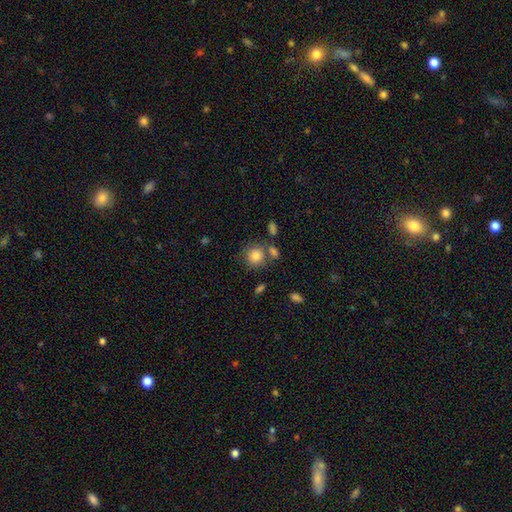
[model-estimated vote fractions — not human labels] Q: Smooth or featured?
A: smooth (83%); runner-up: star or artifact (9%)
Q: How rounded?
A: round (84%); runner-up: in between (15%)
Q: Merging?
A: none (65%); runner-up: merger (17%)